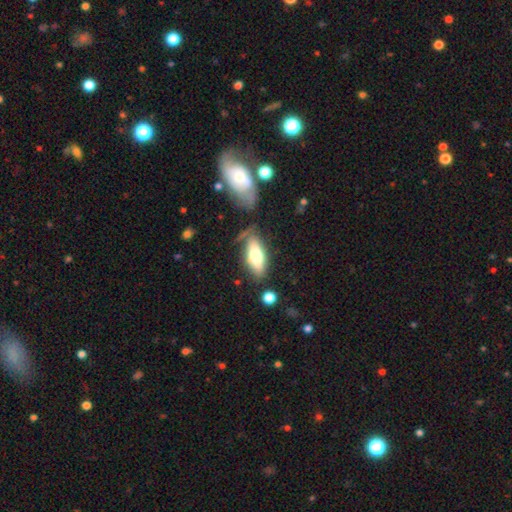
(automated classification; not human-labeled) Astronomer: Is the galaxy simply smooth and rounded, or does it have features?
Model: smooth — 62%.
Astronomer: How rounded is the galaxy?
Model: in between — 74%.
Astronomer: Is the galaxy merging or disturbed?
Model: none — 66%.